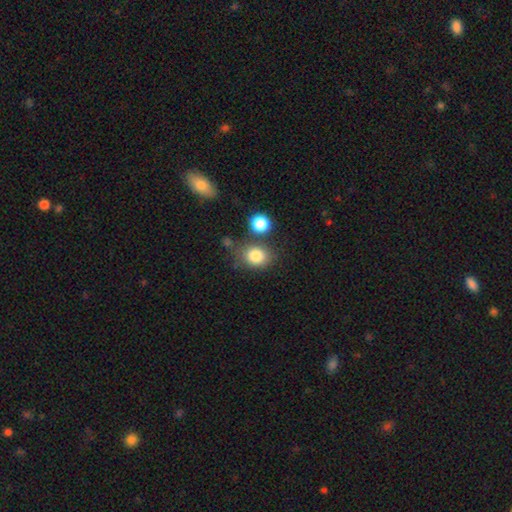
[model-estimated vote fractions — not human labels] Overall: smooth (83%). How rounded: round (56%; in between 43%). Merging: none (66%).